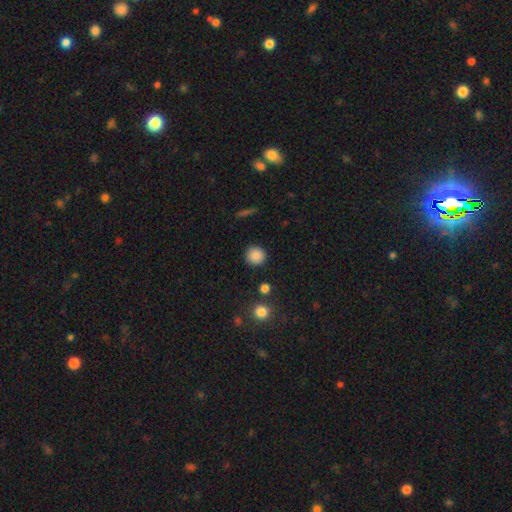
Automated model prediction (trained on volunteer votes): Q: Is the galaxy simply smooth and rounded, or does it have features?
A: smooth — 87%.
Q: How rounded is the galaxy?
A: round — 93%.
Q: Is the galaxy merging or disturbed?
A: none — 90%.